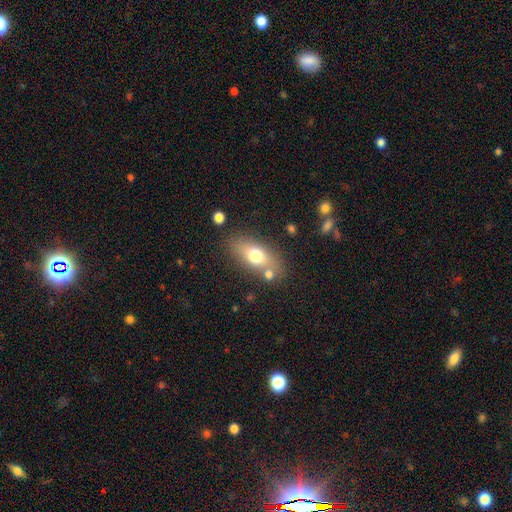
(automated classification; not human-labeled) smooth-or-featured: smooth: 69% | featured or disk: 22% | star or artifact: 9%
  how-rounded: in between: 79% | cigar-shaped: 12% | round: 9%
  merging: none: 71% | minor disturbance: 14% | merger: 10% | major disturbance: 5%